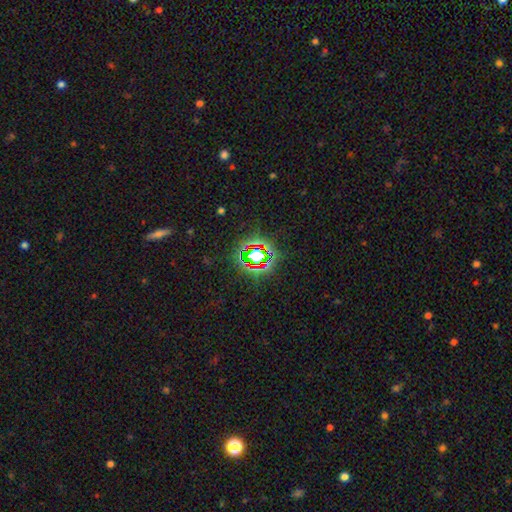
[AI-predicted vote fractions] smooth_or_featured: star or artifact (p=0.74) [alt: smooth p=0.15]